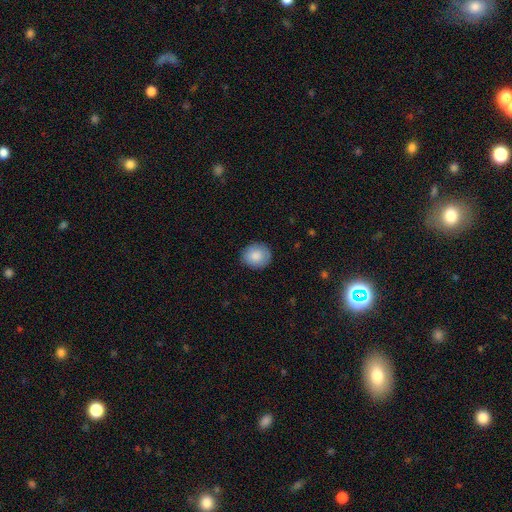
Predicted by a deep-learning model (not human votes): A smooth galaxy with no disk features (85%) that is round (80%).

Vote fractions:
- Smooth or featured? smooth: 85% / featured or disk: 8% / star or artifact: 7%
- How rounded? round: 80% / in between: 19% / cigar-shaped: 1%
- Merging? none: 87% / minor disturbance: 10% / major disturbance: 2% / merger: 1%